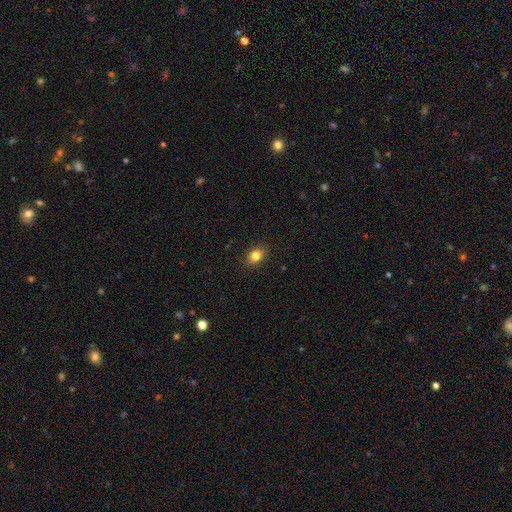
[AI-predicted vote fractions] smooth 83%, star or artifact 10%, featured or disk 7%. Down the decision tree: how rounded — in between (71%); merging — none (89%).